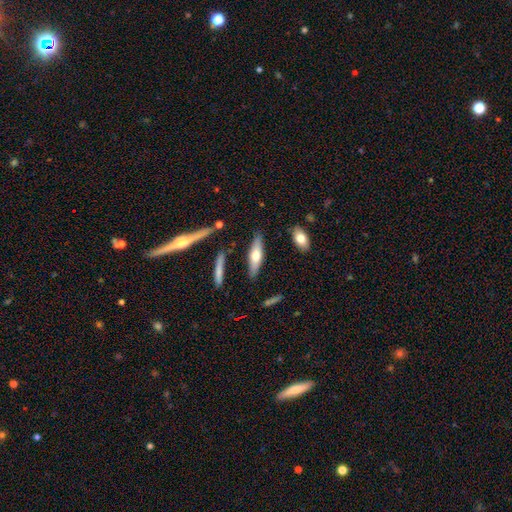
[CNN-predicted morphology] Smooth or featured: smooth — 55% (featured or disk — 39%)
How rounded: cigar-shaped — 61% (in between — 37%)
Merging: none — 80% (minor disturbance — 13%)